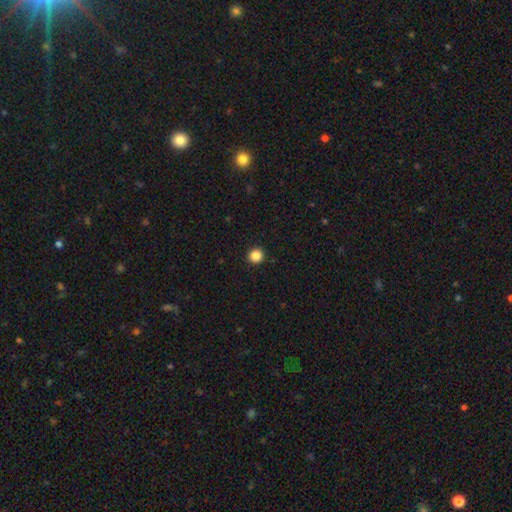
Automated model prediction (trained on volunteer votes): smooth_or_featured: smooth (p=0.86) [alt: star or artifact p=0.11]
how_rounded: round (p=0.95) [alt: in between p=0.04]
merging: none (p=0.94) [alt: minor disturbance p=0.04]